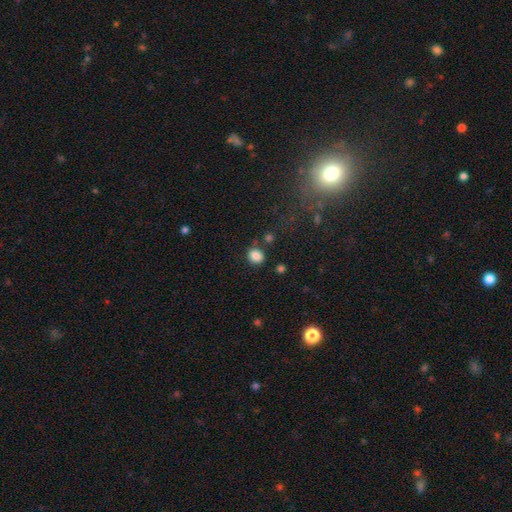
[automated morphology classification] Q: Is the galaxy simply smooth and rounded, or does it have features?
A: smooth — 85%.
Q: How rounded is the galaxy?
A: round — 69%.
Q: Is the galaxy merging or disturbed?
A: none — 80%.